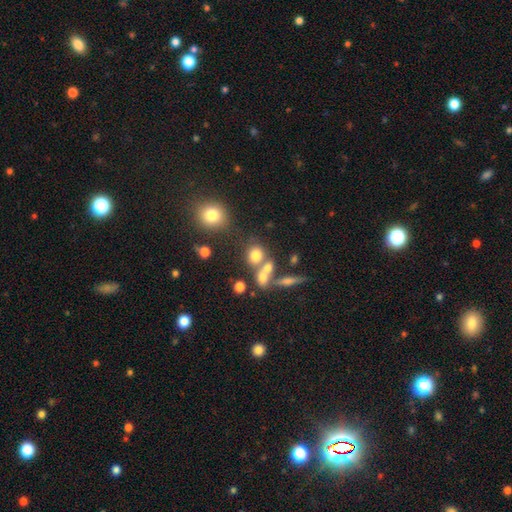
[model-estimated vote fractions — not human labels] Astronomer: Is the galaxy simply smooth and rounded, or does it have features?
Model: smooth — 70%.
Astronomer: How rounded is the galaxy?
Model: round — 70%.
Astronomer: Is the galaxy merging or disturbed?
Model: none — 47% (runner-up: merger, 36%).